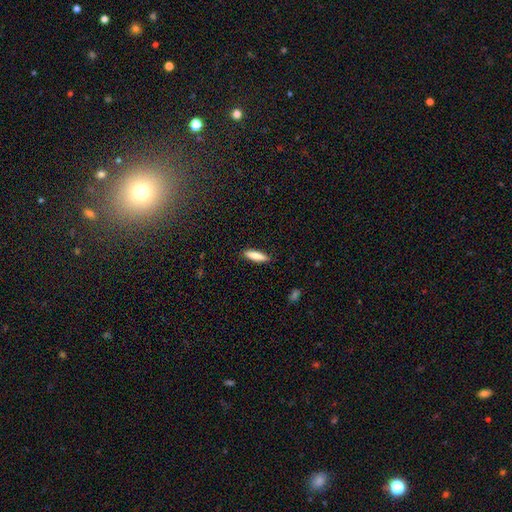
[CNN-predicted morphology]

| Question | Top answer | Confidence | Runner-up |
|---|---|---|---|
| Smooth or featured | smooth | 82% | featured or disk (12%) |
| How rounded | cigar-shaped | 72% | in between (27%) |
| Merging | none | 89% | minor disturbance (8%) |